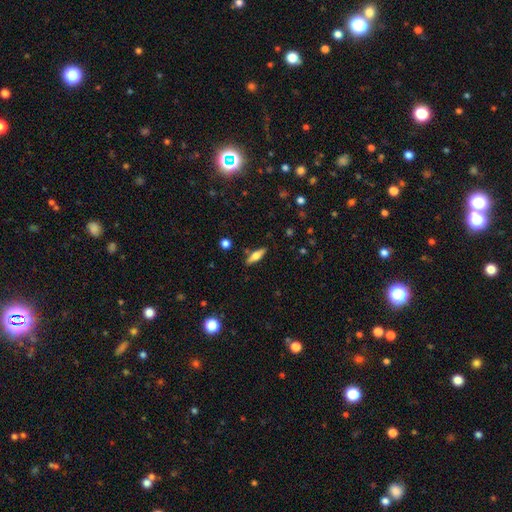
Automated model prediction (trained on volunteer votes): smooth-or-featured: smooth: 54% | featured or disk: 38% | star or artifact: 7%
  how-rounded: cigar-shaped: 49% | in between: 48% | round: 3%
  merging: none: 84% | minor disturbance: 10% | merger: 3% | major disturbance: 2%